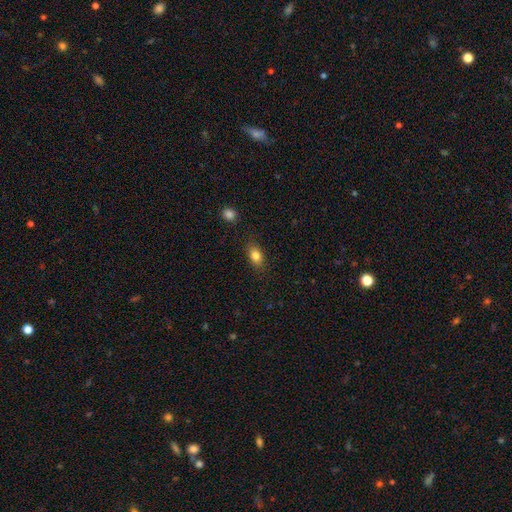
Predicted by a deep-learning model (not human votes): A smooth galaxy with no disk features (82%) that is in between round and cigar-shaped (80%). Merging: none (83%).